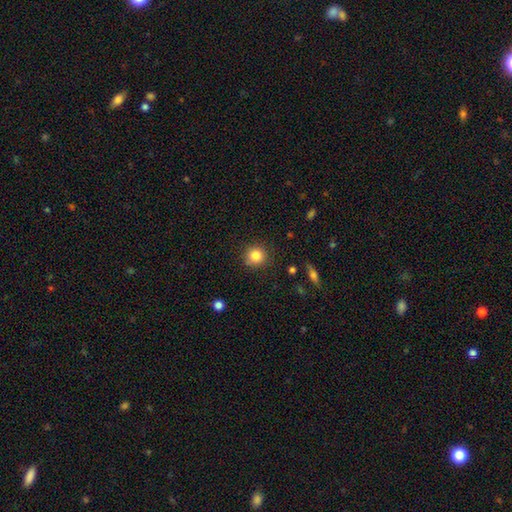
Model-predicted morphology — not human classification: Smooth or featured? smooth (83%)
How rounded? round (91%)
Merging? none (86%)